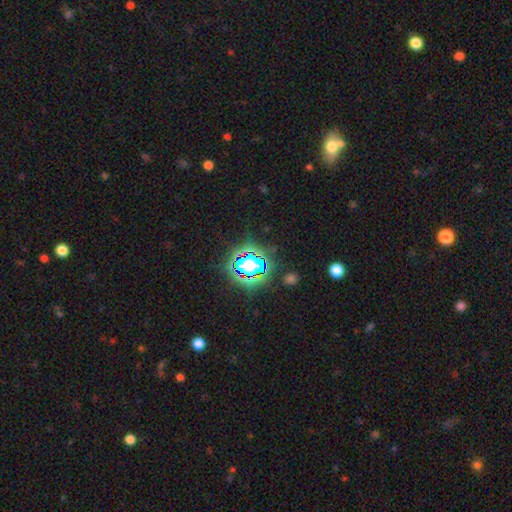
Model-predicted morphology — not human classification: Overall: star or artifact (76%).